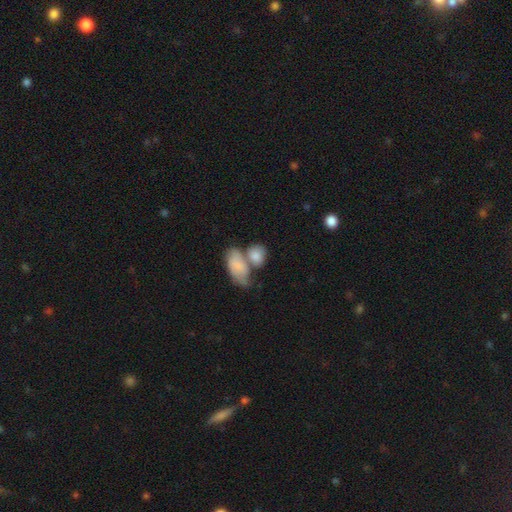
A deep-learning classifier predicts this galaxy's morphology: smooth_or_featured: smooth (p=0.79) [alt: featured or disk p=0.15]
how_rounded: in between (p=0.70) [alt: round p=0.28]
merging: merger (p=0.50) [alt: none p=0.30]